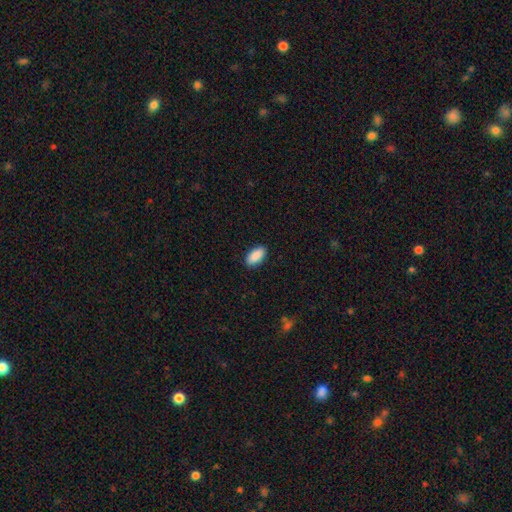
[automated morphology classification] Overall: smooth (90%). How rounded: in between (93%). Merging: none (90%).